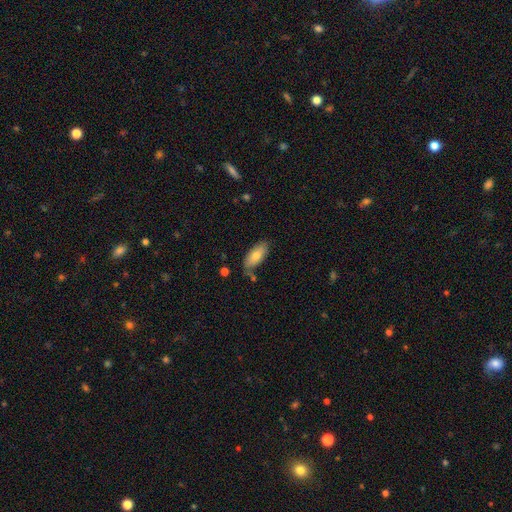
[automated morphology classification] A smooth galaxy with no disk features (77%) that is in between round and cigar-shaped (84%). Merging: none (71%).